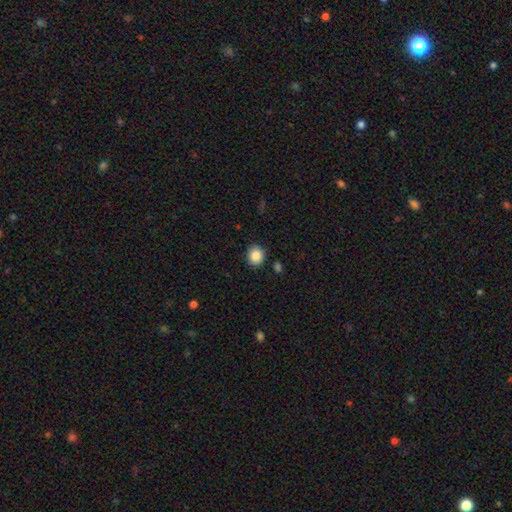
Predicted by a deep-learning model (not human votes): The model was most divided on "how rounded": round: 74%, in between: 25%, cigar-shaped: 1%. More confident: merging — none (88%); smooth or featured — smooth (86%).